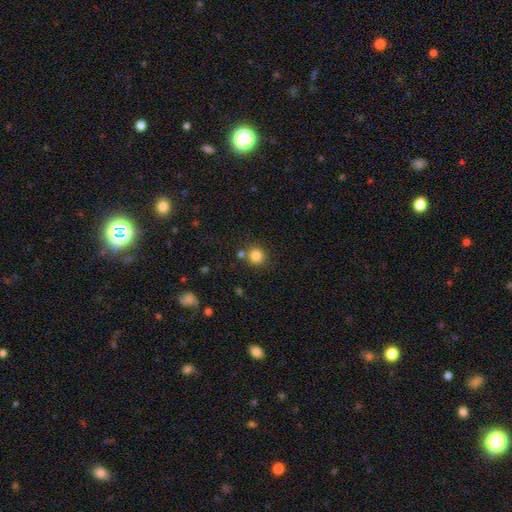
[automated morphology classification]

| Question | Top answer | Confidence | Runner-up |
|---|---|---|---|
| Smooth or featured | smooth | 83% | star or artifact (11%) |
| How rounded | round | 90% | in between (10%) |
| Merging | none | 79% | merger (10%) |